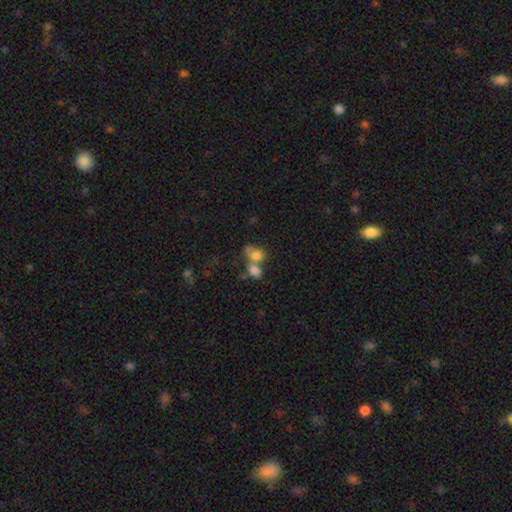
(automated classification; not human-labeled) smooth-or-featured: smooth: 75% | featured or disk: 14% | star or artifact: 11%
  how-rounded: in between: 57% | round: 41% | cigar-shaped: 2%
  merging: merger: 59% | none: 24% | minor disturbance: 9% | major disturbance: 8%